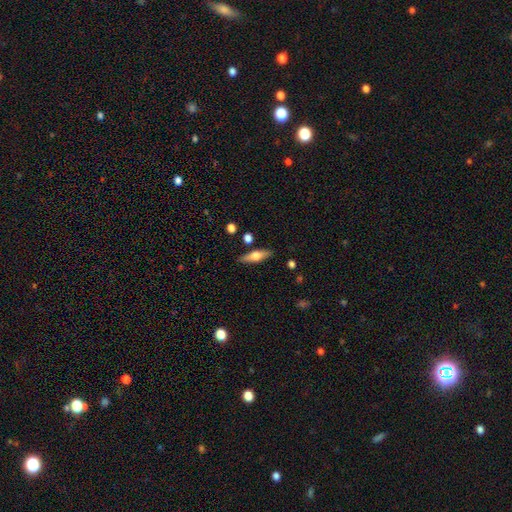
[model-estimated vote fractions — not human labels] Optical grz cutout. It shows a smooth galaxy with no disk features (49%). Merging: none (85%).